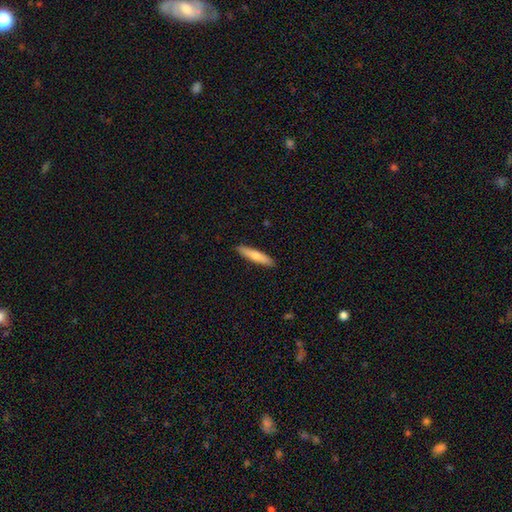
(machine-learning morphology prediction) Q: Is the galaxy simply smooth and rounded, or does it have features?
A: smooth — 71%.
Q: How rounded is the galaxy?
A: cigar-shaped — 88%.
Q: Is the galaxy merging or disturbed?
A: none — 91%.